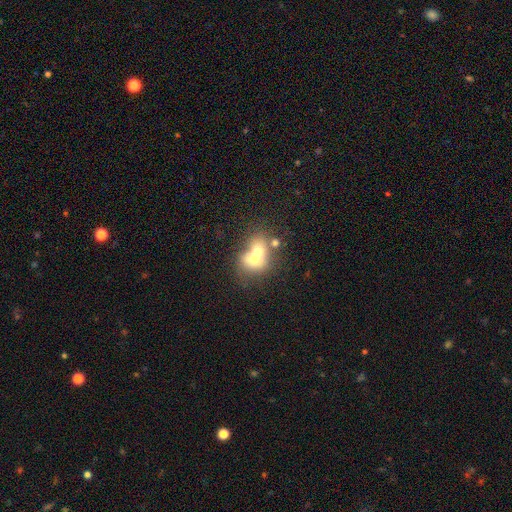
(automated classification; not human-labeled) Q: Smooth or featured?
A: smooth (64%); runner-up: featured or disk (25%)
Q: How rounded?
A: round (57%); runner-up: in between (42%)
Q: Merging?
A: merger (71%); runner-up: none (19%)